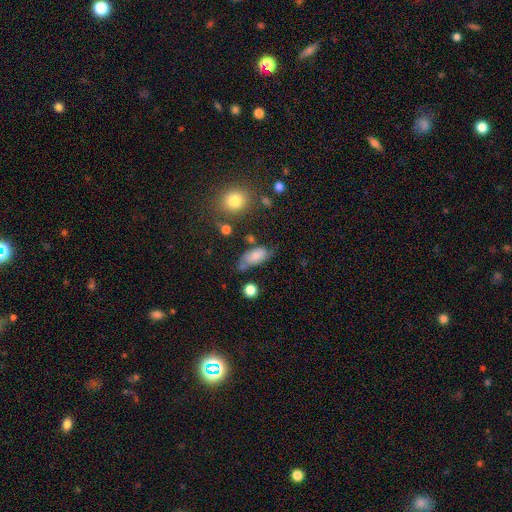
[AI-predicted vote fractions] This appears to be a smooth galaxy with no disk features (71%) that is in between round and cigar-shaped (87%). Merging: none (49%).